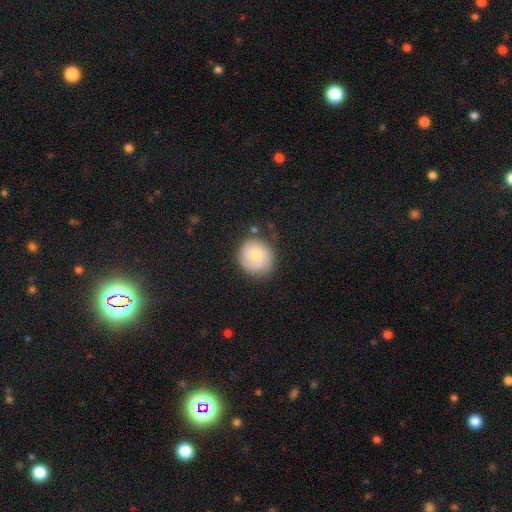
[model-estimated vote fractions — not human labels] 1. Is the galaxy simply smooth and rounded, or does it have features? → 68% smooth, 25% featured or disk, 7% star or artifact.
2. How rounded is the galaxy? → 85% round, 14% in between, 1% cigar-shaped.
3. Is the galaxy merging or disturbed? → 75% none, 17% minor disturbance, 5% major disturbance, 3% merger.